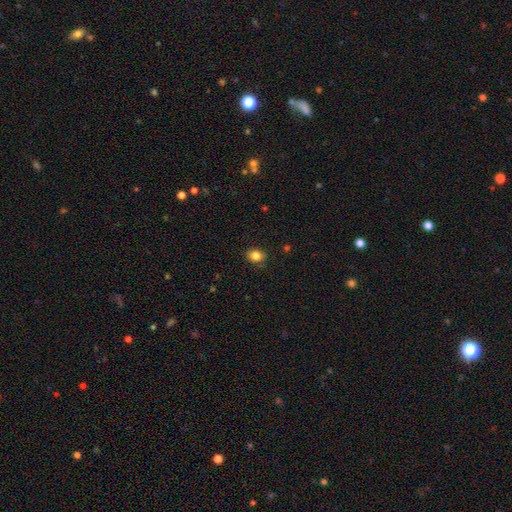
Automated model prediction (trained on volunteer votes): smooth-or-featured: smooth: 84% | star or artifact: 10% | featured or disk: 6%
  how-rounded: round: 54% | in between: 45% | cigar-shaped: 1%
  merging: none: 87% | minor disturbance: 10% | major disturbance: 2% | merger: 1%